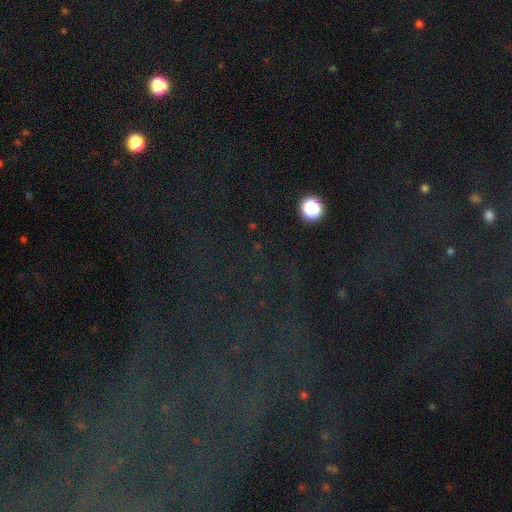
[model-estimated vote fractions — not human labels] smooth-or-featured: star or artifact: 75% | featured or disk: 13% | smooth: 12%